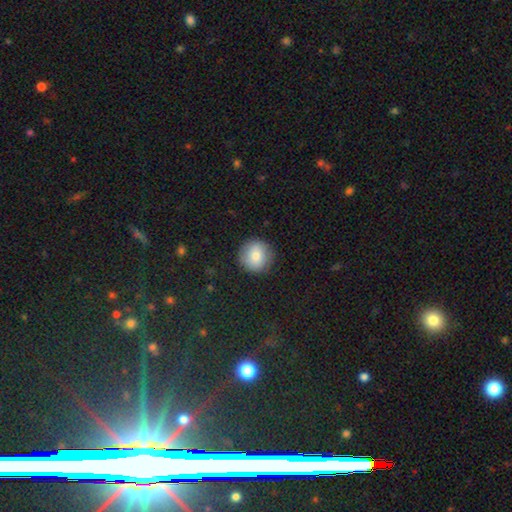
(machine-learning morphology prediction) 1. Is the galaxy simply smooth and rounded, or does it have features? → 78% smooth, 13% featured or disk, 9% star or artifact.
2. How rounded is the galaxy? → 94% round, 5% in between, 1% cigar-shaped.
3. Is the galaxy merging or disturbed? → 88% none, 9% minor disturbance, 3% major disturbance, 1% merger.